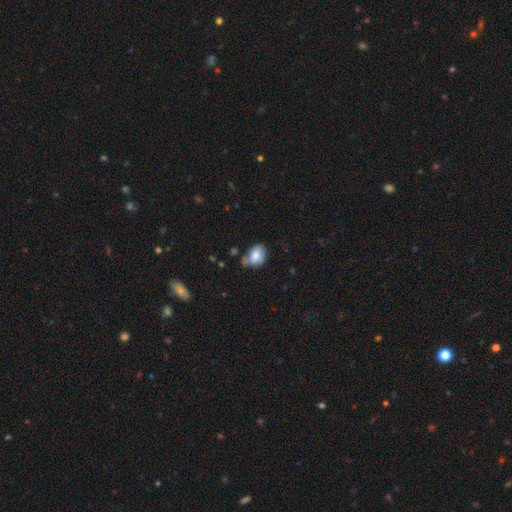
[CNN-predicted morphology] type=smooth (78%); roundness=in between (73%); merging=none (44%).